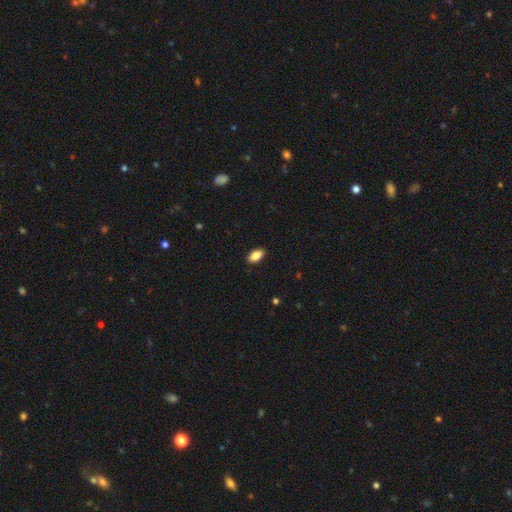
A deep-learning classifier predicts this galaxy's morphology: The model was most divided on "smooth or featured": smooth: 85%, featured or disk: 8%, star or artifact: 7%. More confident: how rounded — in between (92%); merging — none (89%).